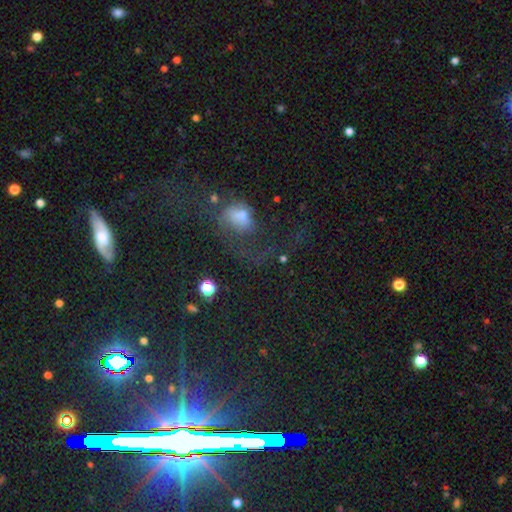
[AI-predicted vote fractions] smooth_or_featured: featured or disk (p=0.44) [alt: star or artifact p=0.29]
merging: none (p=0.49) [alt: major disturbance p=0.29]